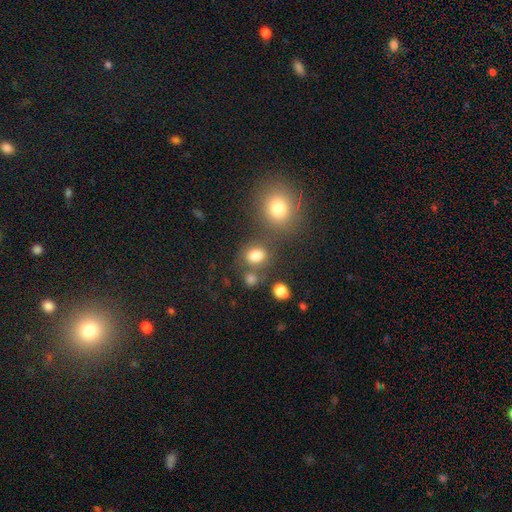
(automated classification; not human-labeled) smooth-or-featured: smooth: 79% | star or artifact: 14% | featured or disk: 7%
  how-rounded: round: 49% (tied) | in between: 49% (tied) | cigar-shaped: 1%
  merging: none: 60% | merger: 20% | minor disturbance: 13% | major disturbance: 6%